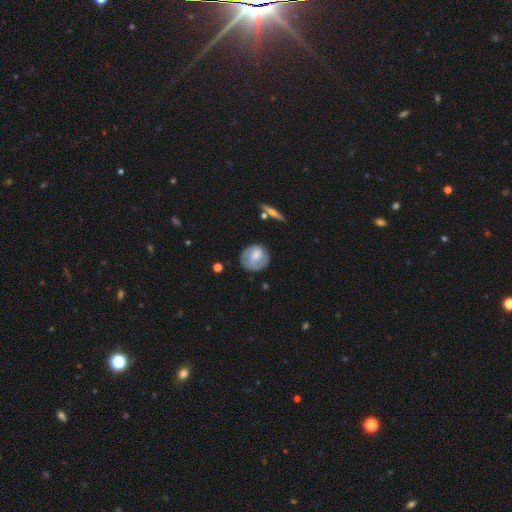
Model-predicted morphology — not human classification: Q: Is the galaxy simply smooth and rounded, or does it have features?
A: smooth — 57%.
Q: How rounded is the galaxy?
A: round — 81%.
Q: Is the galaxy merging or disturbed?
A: none — 72%.